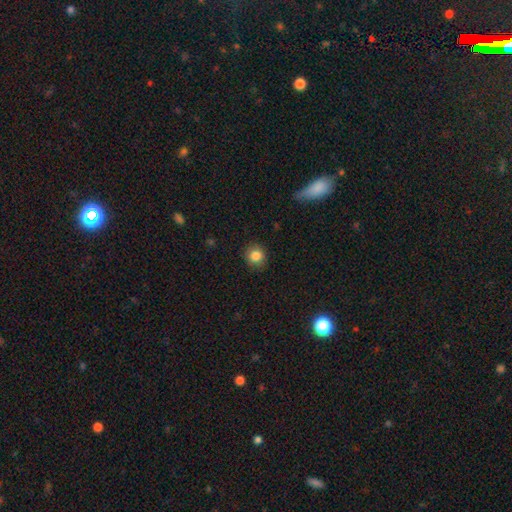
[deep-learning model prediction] Overall: smooth (84%). How rounded: round (90%). Merging: none (90%).